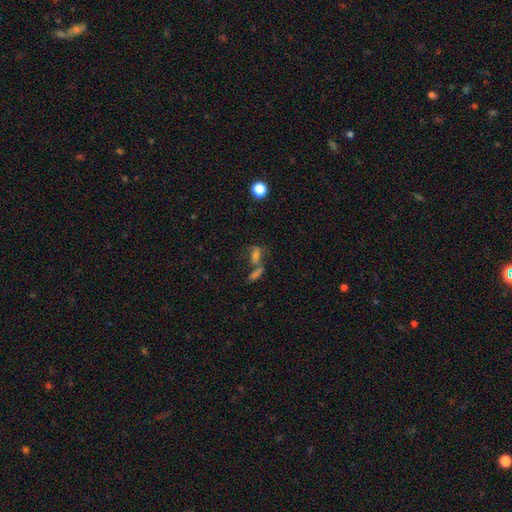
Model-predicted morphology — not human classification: smooth 47%, featured or disk 28%, star or artifact 26%. Down the decision tree: merging — merger (45%).